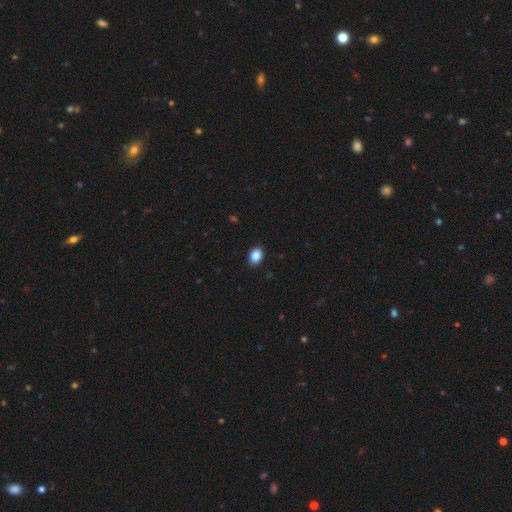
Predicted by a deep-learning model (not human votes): A smooth galaxy with no disk features (88%) that is in between round and cigar-shaped (63%).

Vote fractions:
- Smooth or featured? smooth: 88% / star or artifact: 9% / featured or disk: 3%
- How rounded? in between: 63% / round: 36% / cigar-shaped: 1%
- Merging? none: 91% / minor disturbance: 7% / major disturbance: 2% / merger: 1%